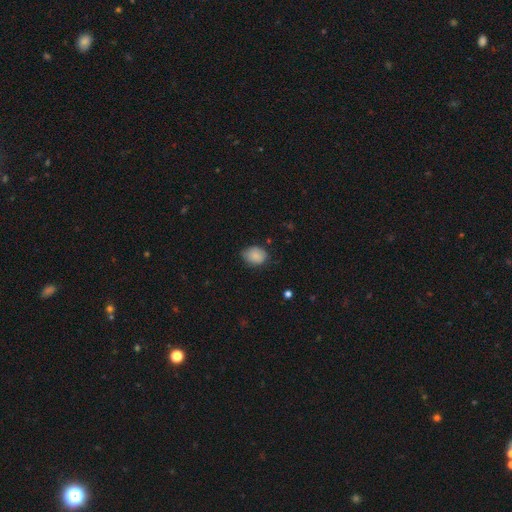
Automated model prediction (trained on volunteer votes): Smooth or featured? smooth (86%)
How rounded? in between (54%)
Merging? none (70%)